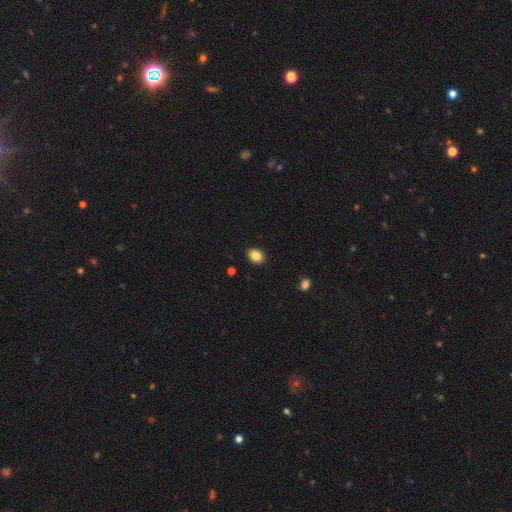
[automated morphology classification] Smooth or featured: smooth — 85% (star or artifact — 9%)
How rounded: in between — 64% (round — 35%)
Merging: none — 89% (minor disturbance — 8%)